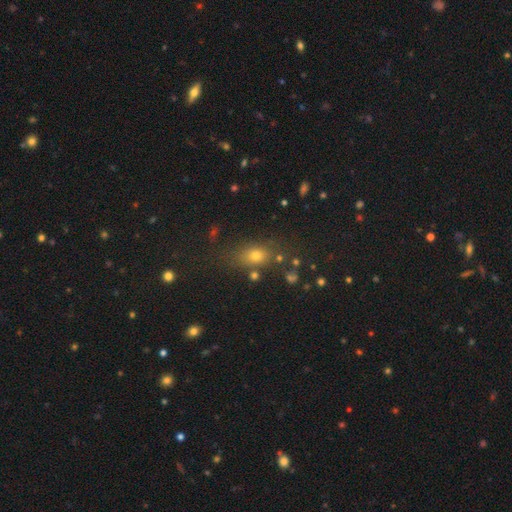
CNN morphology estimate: Smooth or featured?
  - smooth: 68% *
  - star or artifact: 19%
  - featured or disk: 12%
How rounded?
  - in between: 63% *
  - round: 31%
  - cigar-shaped: 6%
Merging?
  - none: 73% *
  - minor disturbance: 15%
  - major disturbance: 6%
  - merger: 6%